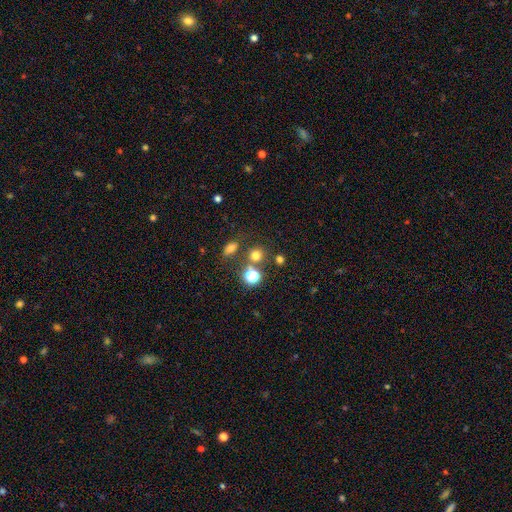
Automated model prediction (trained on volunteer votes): A smooth galaxy with no disk features (71%) that is round (83%). Merging: none (70%).